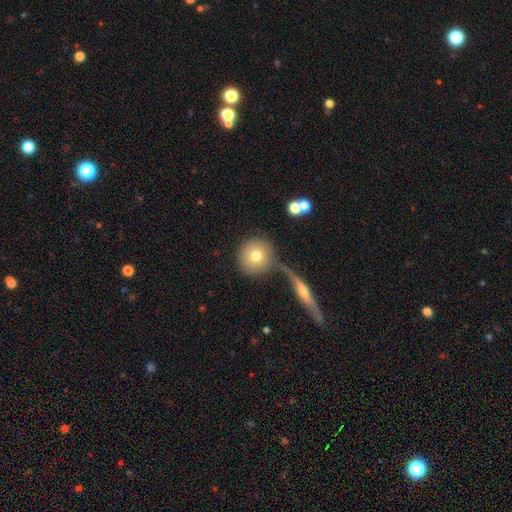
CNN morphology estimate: Smooth or featured? Predicted: smooth (p=0.76). How rounded? Predicted: round (p=0.94). Merging? Predicted: none (p=0.69).